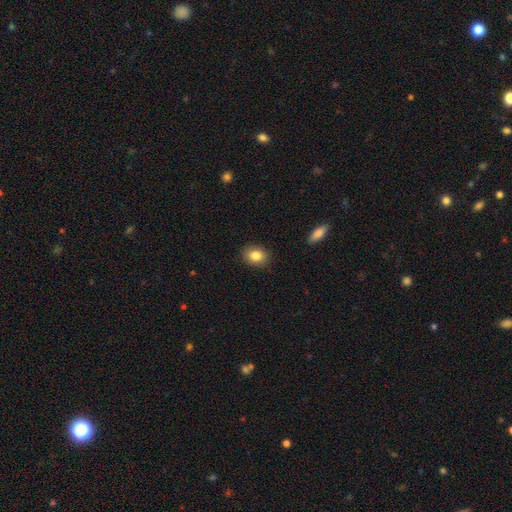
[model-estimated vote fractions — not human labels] Overall: smooth (84%). How rounded: in between (59%; round 39%). Merging: none (88%).